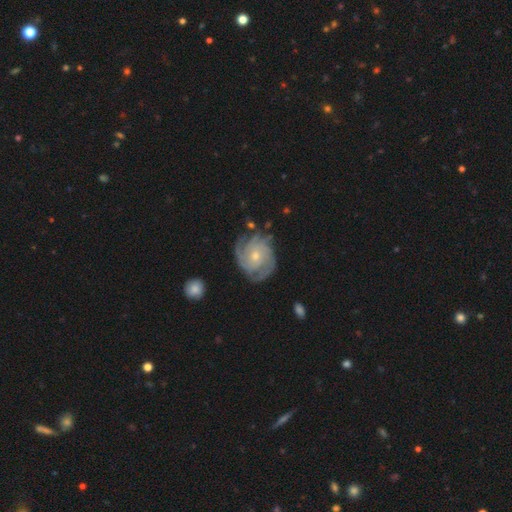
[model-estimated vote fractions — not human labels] featured or disk 86%, smooth 8%, star or artifact 5%. Down the decision tree: edge-on disk — no (98%); bar — no (73%); spiral arms — yes (97%); spiral arm count — 3 (28%); spiral winding — tight (68%); bulge size — small (55%); merging — none (72%).